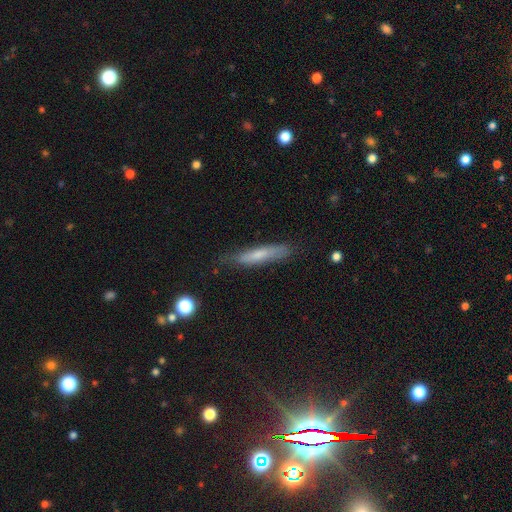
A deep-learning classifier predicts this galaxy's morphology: smooth_or_featured: smooth (p=0.60) [alt: featured or disk p=0.32]
how_rounded: cigar-shaped (p=0.89) [alt: in between p=0.10]
merging: none (p=0.76) [alt: minor disturbance p=0.19]